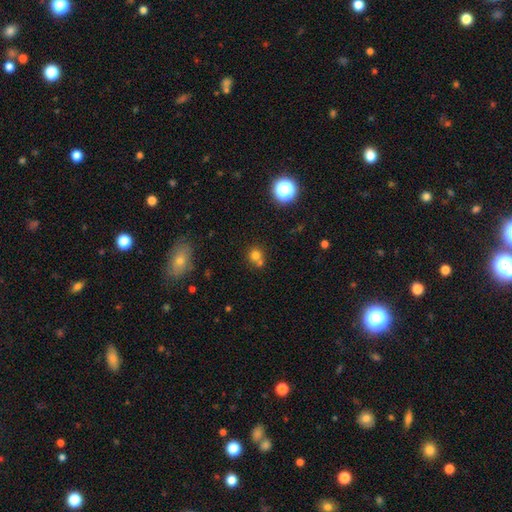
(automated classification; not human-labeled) Smooth or featured?
  - smooth: 72% *
  - star or artifact: 18%
  - featured or disk: 10%
How rounded?
  - round: 87% *
  - in between: 12%
  - cigar-shaped: 1%
Merging?
  - none: 52% *
  - merger: 37%
  - minor disturbance: 8%
  - major disturbance: 3%